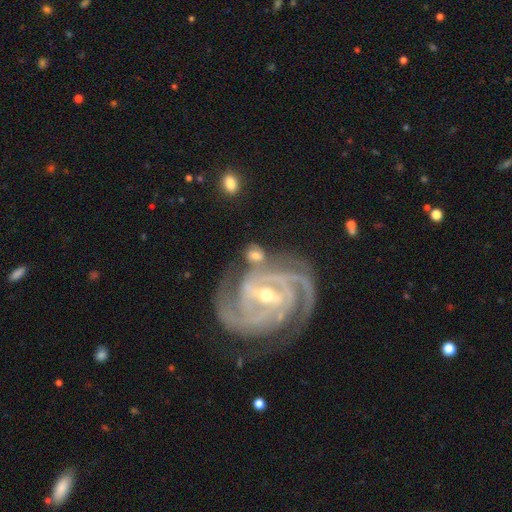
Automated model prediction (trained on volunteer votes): A featured or disk galaxy (68%) with a strong bar (43%), 2 (41%) tight (51%) spiral arms (91%) and a moderate central bulge (51%). Merging: none (52%).